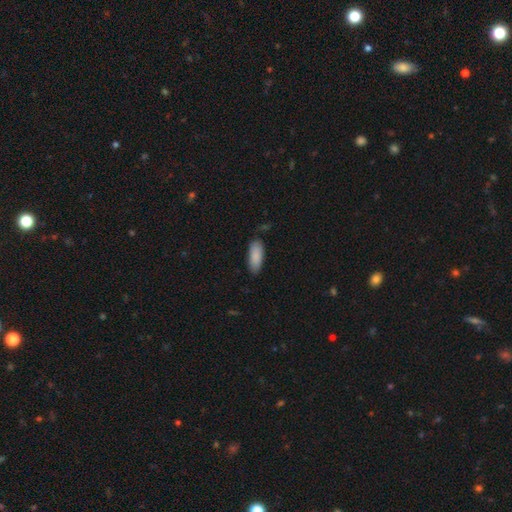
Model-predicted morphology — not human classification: smooth_or_featured: smooth (p=0.89) [alt: featured or disk p=0.06]
how_rounded: in between (p=0.78) [alt: cigar-shaped p=0.20]
merging: none (p=0.81) [alt: minor disturbance p=0.14]